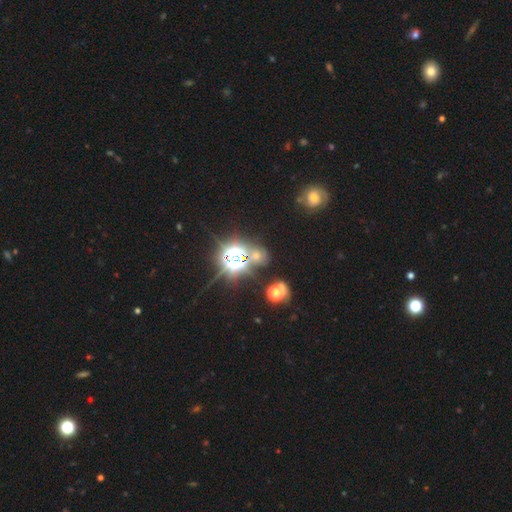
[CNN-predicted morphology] The model was most divided on "smooth or featured": star or artifact: 67%, smooth: 22%, featured or disk: 11%.